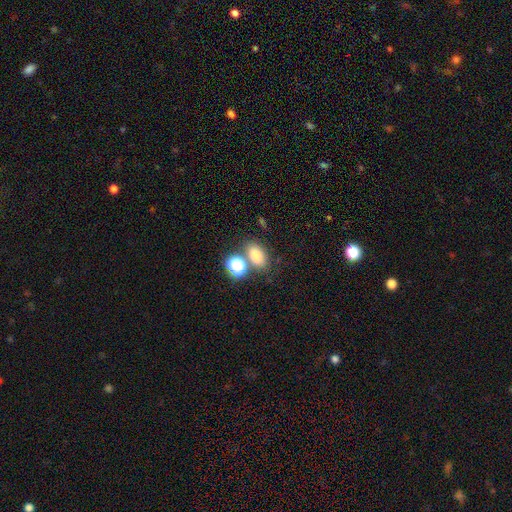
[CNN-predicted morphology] Smooth or featured? smooth (77%)
How rounded? in between (76%)
Merging? none (64%)